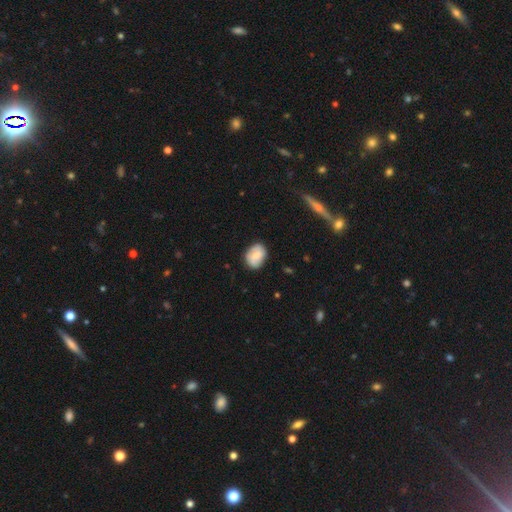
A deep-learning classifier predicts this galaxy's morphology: The model was most divided on "how rounded": in between: 68%, round: 30%, cigar-shaped: 1%. More confident: merging — none (77%); smooth or featured — smooth (67%).